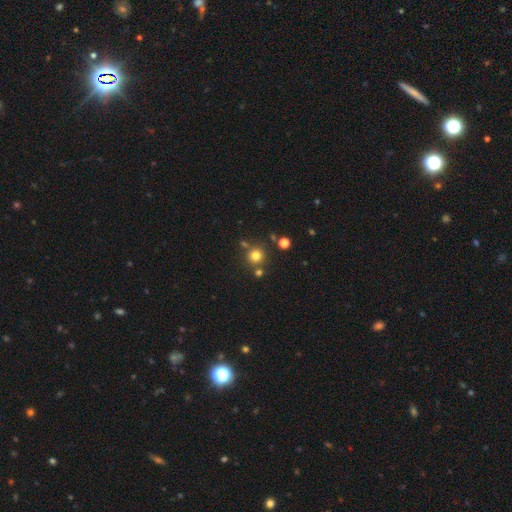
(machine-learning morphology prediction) A smooth galaxy with no disk features (77%) that is round (93%). Merging: none (77%).